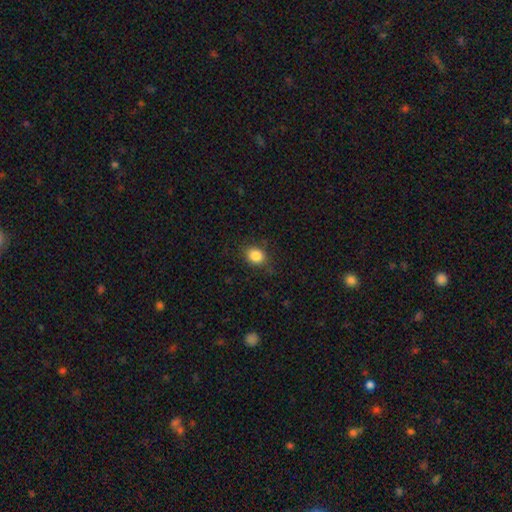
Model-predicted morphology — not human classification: smooth 85%, star or artifact 10%, featured or disk 5%. Down the decision tree: how rounded — round (59%); merging — none (82%).